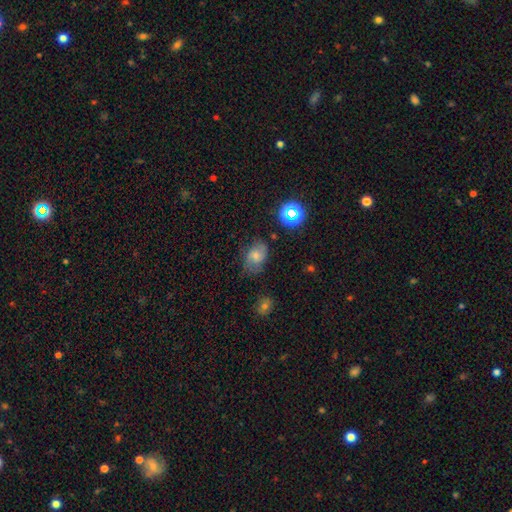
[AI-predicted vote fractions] A smooth galaxy with no disk features (56%) that is in between round and cigar-shaped (70%). Merging: none (59%).